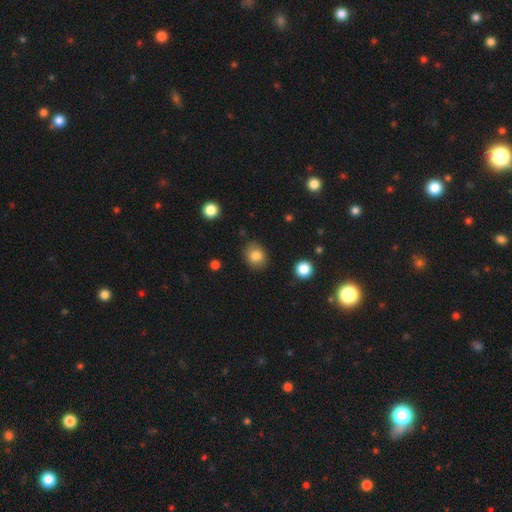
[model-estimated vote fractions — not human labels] smooth_or_featured: smooth (p=0.82) [alt: star or artifact p=0.09]
how_rounded: round (p=0.57) [alt: in between p=0.42]
merging: none (p=0.86) [alt: minor disturbance p=0.10]